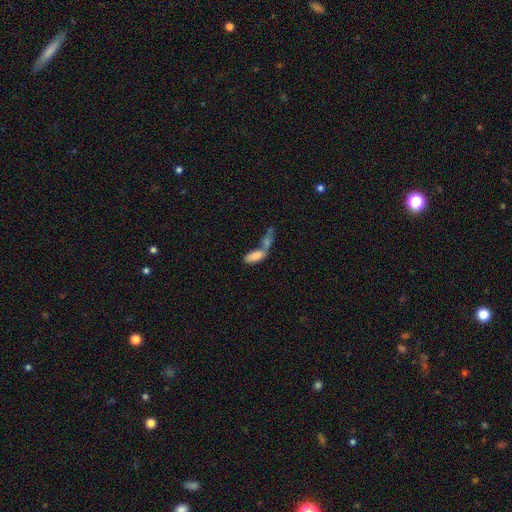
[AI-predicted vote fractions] The model was most divided on "merging": merger: 69%, none: 18%, minor disturbance: 7%, major disturbance: 6%. More confident: smooth or featured — smooth (79%); how rounded — in between (78%).